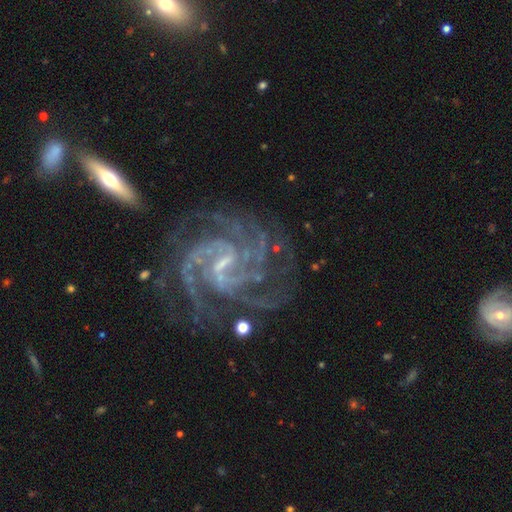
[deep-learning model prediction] Overall: featured or disk (92%). Edge-on disk: no (98%). Bar: weak (49%; strong 31%). Spiral arms: yes (98%). Spiral arm count: 3 (25%; 4 23%). Spiral winding: tight (55%; medium 39%). Bulge size: small (68%). Merging: none (69%).